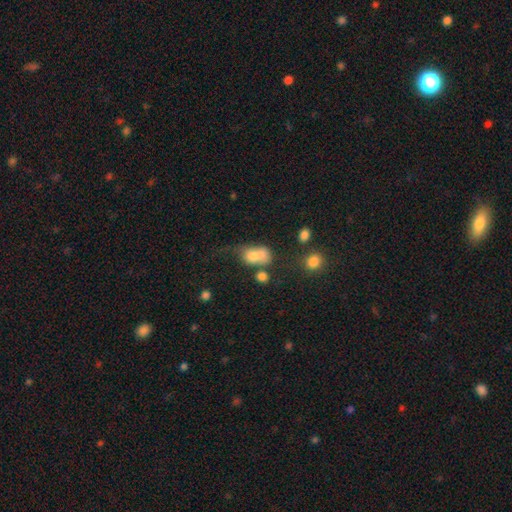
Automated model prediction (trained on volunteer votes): Smooth or featured? Predicted: smooth (p=0.71). How rounded? Predicted: in between (p=0.77). Merging? Predicted: merger (p=0.37).